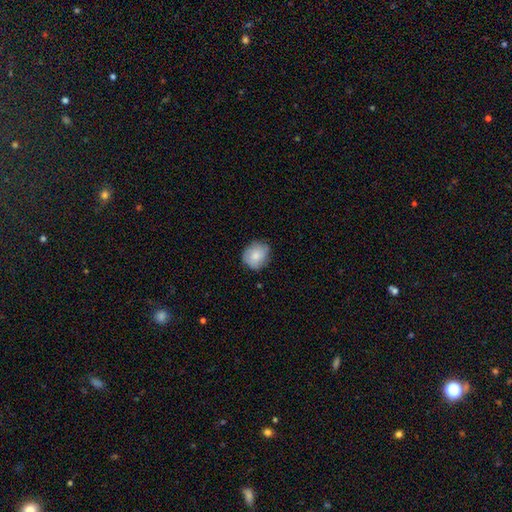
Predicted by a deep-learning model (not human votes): smooth 80%, featured or disk 13%, star or artifact 7%. Down the decision tree: how rounded — round (77%); merging — none (73%).